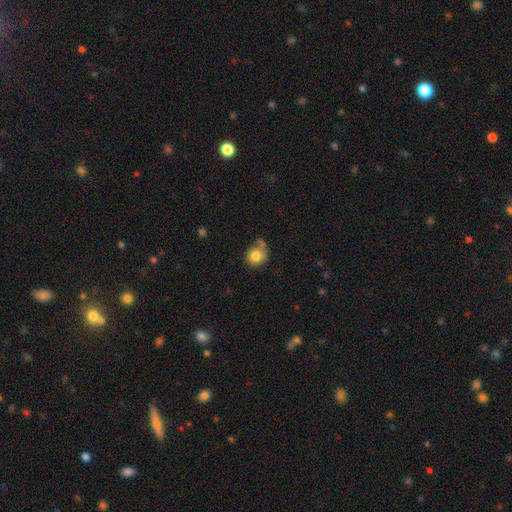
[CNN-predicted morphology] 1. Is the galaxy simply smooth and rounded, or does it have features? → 82% smooth, 9% star or artifact, 9% featured or disk.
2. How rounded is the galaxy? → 79% round, 20% in between, 1% cigar-shaped.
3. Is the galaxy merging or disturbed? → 52% none, 20% merger, 20% minor disturbance, 8% major disturbance.